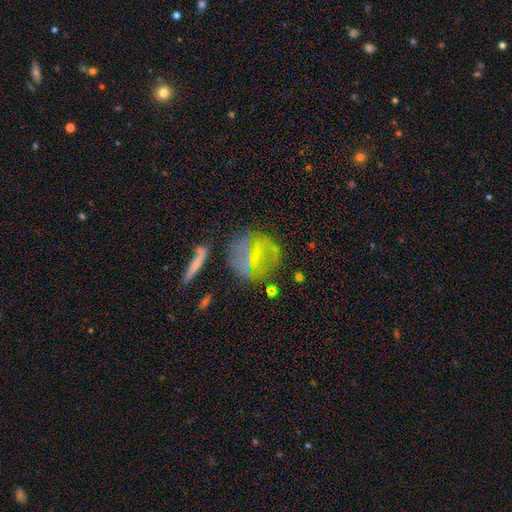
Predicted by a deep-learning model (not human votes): Smooth or featured? featured or disk (44%)
Merging? none (66%)